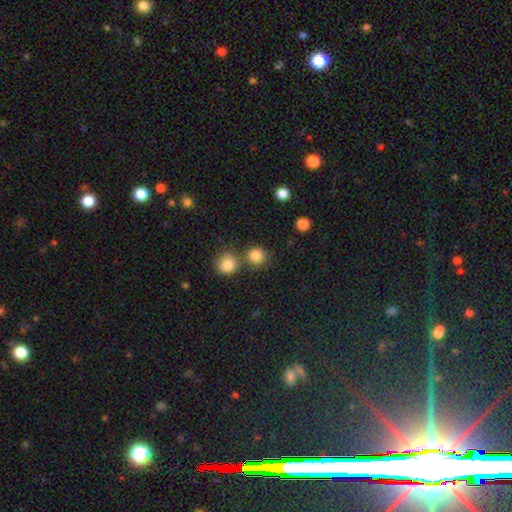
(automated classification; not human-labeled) Q: Smooth or featured?
A: smooth (83%); runner-up: star or artifact (12%)
Q: How rounded?
A: round (90%); runner-up: in between (9%)
Q: Merging?
A: none (69%); runner-up: merger (20%)